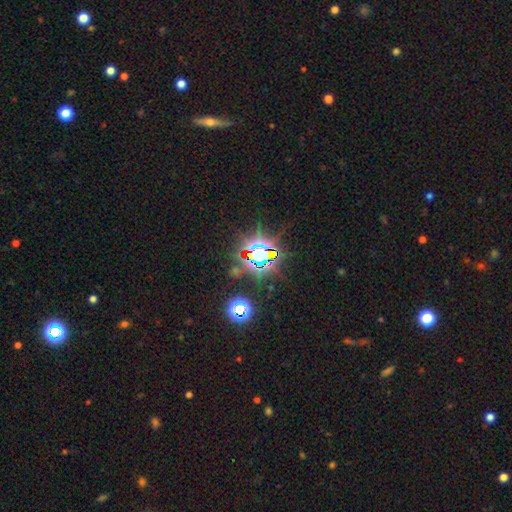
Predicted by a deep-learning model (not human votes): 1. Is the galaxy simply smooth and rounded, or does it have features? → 81% star or artifact, 10% smooth, 8% featured or disk.